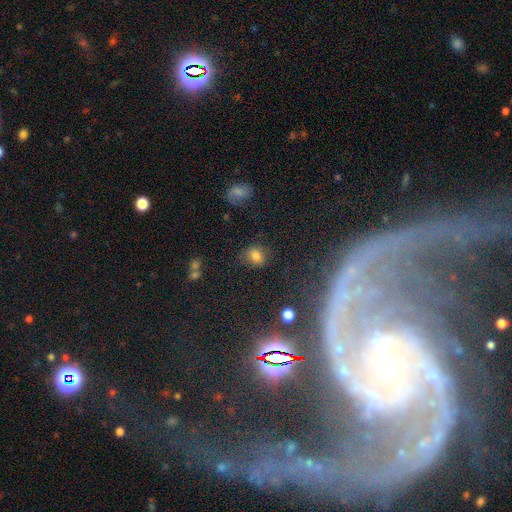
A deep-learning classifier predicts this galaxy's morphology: The model was most divided on "how rounded": in between: 54%, round: 45%, cigar-shaped: 2%. More confident: smooth or featured — smooth (77%); merging — none (67%).